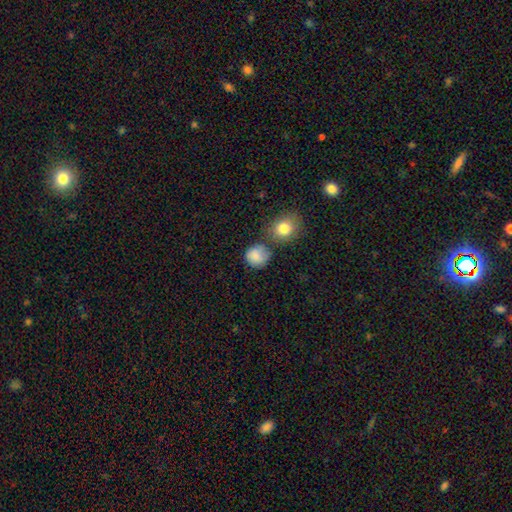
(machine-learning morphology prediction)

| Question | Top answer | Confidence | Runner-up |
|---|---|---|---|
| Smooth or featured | smooth | 84% | featured or disk (8%) |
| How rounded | round | 85% | in between (14%) |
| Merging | none | 60% | minor disturbance (20%) |